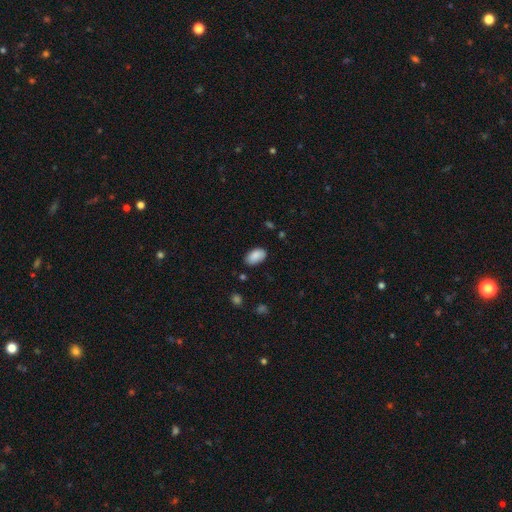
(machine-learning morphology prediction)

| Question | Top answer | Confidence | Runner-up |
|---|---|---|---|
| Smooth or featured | smooth | 88% | star or artifact (7%) |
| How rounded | in between | 94% | round (4%) |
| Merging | none | 82% | minor disturbance (13%) |